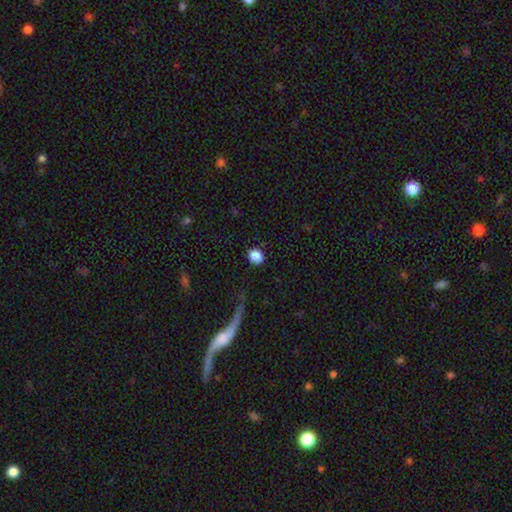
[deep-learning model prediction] smooth 87%, star or artifact 9%, featured or disk 4%. Down the decision tree: how rounded — round (68%); merging — none (87%).